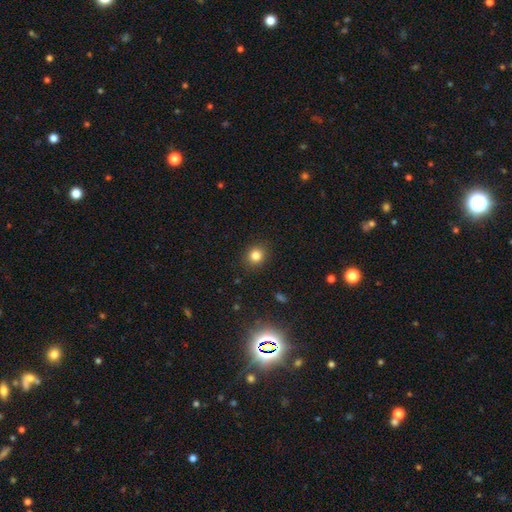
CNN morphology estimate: Q: Smooth or featured?
A: smooth (82%); runner-up: star or artifact (12%)
Q: How rounded?
A: round (80%); runner-up: in between (19%)
Q: Merging?
A: none (89%); runner-up: minor disturbance (7%)